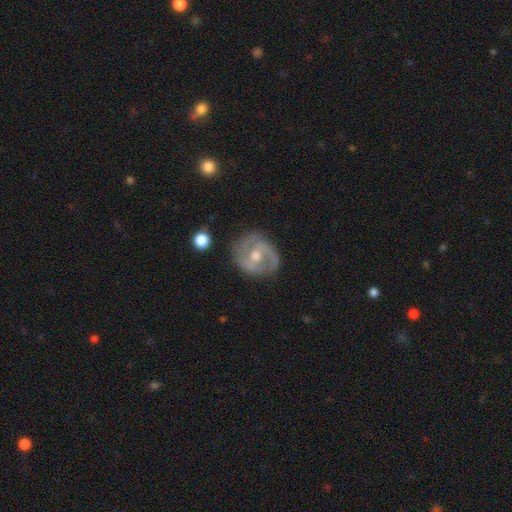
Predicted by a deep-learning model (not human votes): Smooth or featured? Predicted: featured or disk (p=0.81). Edge-on disk? Predicted: no (p=0.97). Bar? Predicted: weak (p=0.45). Spiral arms? Predicted: yes (p=0.88). Spiral winding? Predicted: medium (p=0.47). Spiral arm count? Predicted: 2 (p=0.80). Bulge size? Predicted: moderate (p=0.72). Merging? Predicted: none (p=0.79).